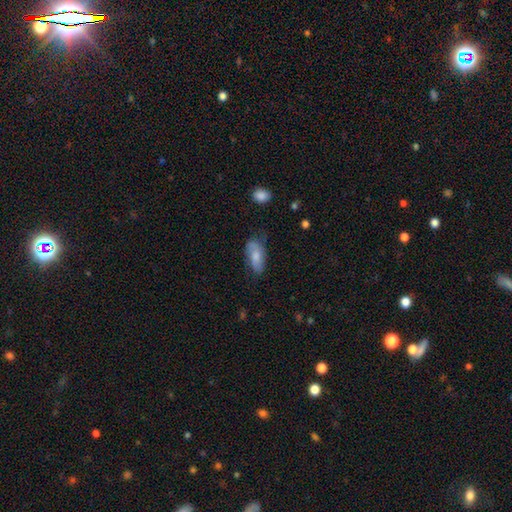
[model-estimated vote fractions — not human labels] This is likely a smooth galaxy (65%). How rounded: clearly in between (86%). Merging: possibly none (58%).